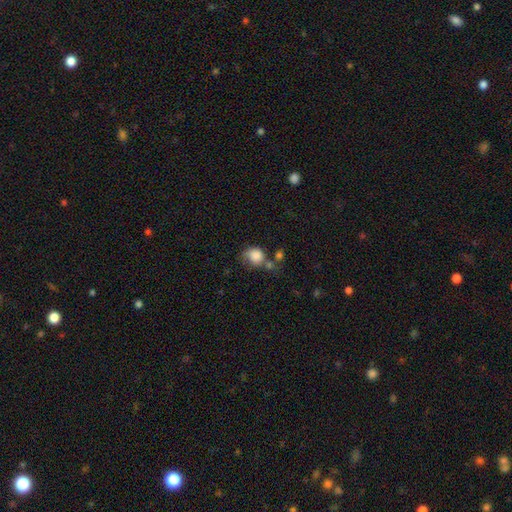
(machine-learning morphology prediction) Smooth or featured: smooth — 83% (star or artifact — 9%)
How rounded: round — 70% (in between — 29%)
Merging: none — 38% (minor disturbance — 25%)